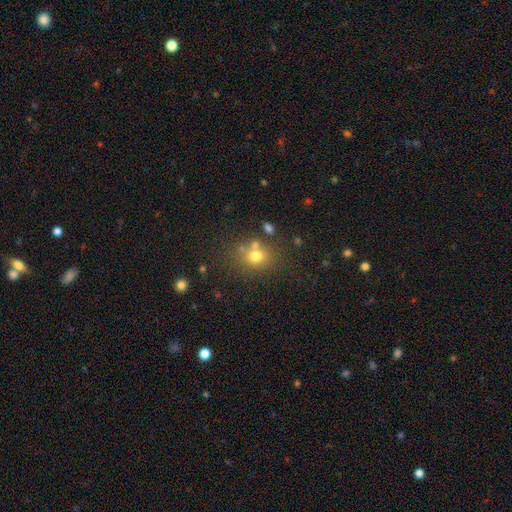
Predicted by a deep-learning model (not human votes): Smooth or featured? smooth (70%)
How rounded? round (67%)
Merging? none (65%)